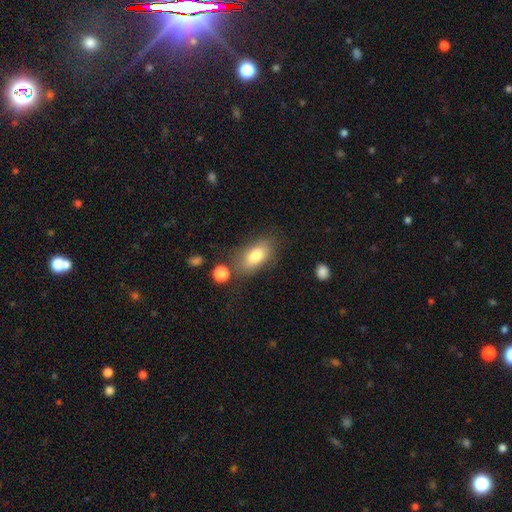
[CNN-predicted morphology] Smooth or featured? smooth (81%)
How rounded? in between (88%)
Merging? none (73%)